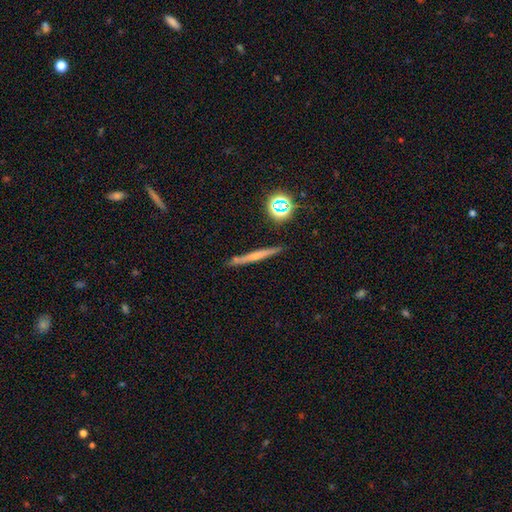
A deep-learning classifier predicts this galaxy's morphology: featured or disk 49%, smooth 38%, star or artifact 13%. Down the decision tree: merging — none (86%).